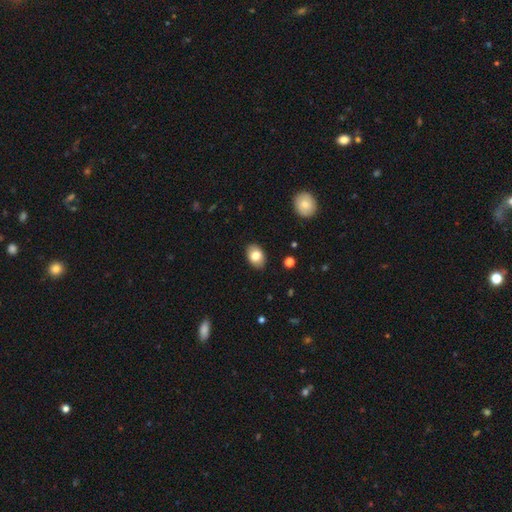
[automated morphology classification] smooth 80%, featured or disk 13%, star or artifact 8%. Down the decision tree: how rounded — in between (82%); merging — none (88%).